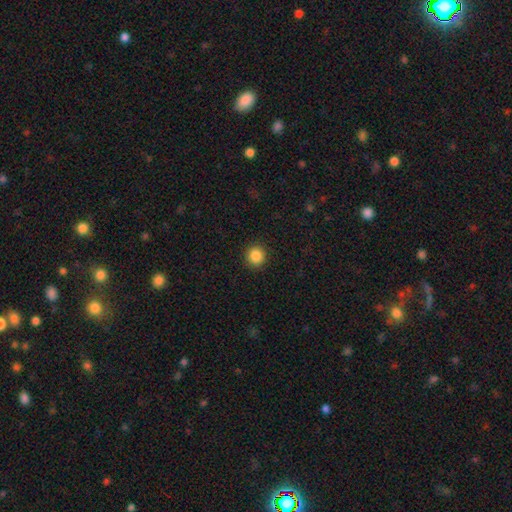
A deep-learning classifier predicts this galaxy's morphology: The model was most divided on "smooth or featured": smooth: 86%, star or artifact: 10%, featured or disk: 4%. More confident: merging — none (92%); how rounded — round (91%).